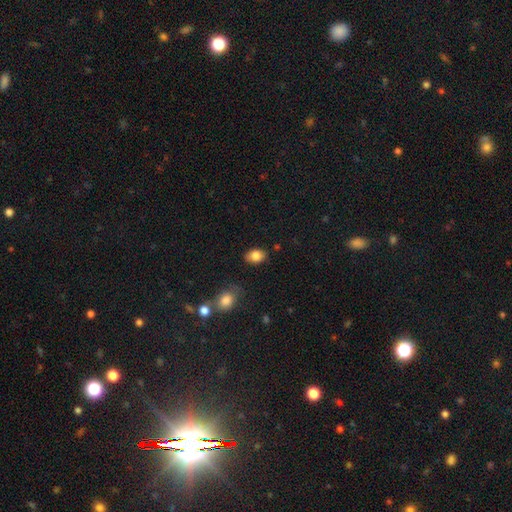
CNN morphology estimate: smooth 83%, star or artifact 8%, featured or disk 8%. Down the decision tree: how rounded — in between (77%); merging — none (82%).